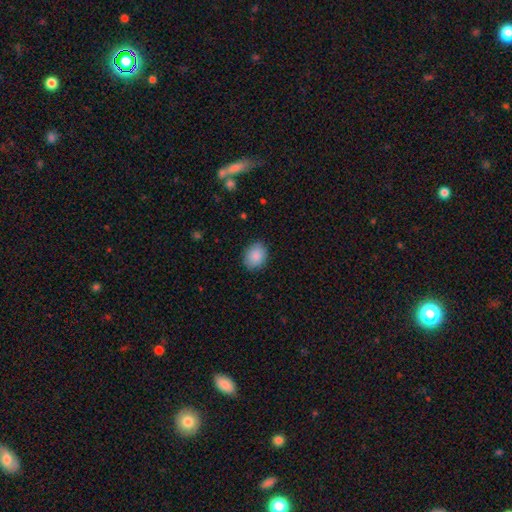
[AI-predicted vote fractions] smooth 89%, star or artifact 7%, featured or disk 4%. Down the decision tree: how rounded — in between (54%); merging — none (87%).